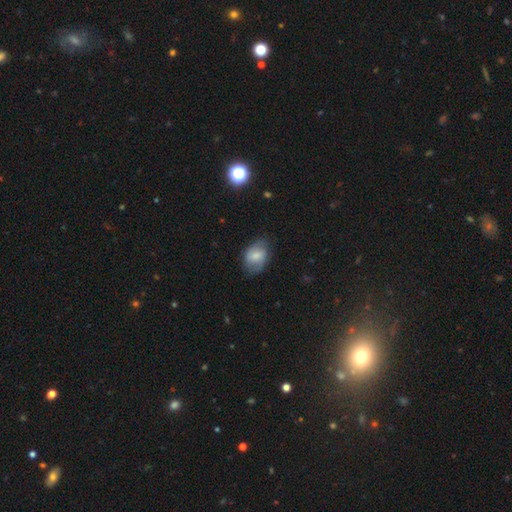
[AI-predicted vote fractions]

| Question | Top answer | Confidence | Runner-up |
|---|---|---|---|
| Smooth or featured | smooth | 62% | featured or disk (31%) |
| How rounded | in between | 79% | round (20%) |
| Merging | none | 67% | minor disturbance (24%) |